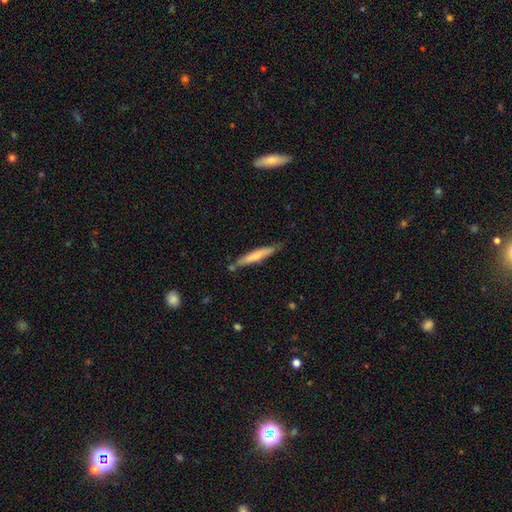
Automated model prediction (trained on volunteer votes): A smooth galaxy with no disk features (68%) that is cigar-shaped (93%). Merging: none (75%).